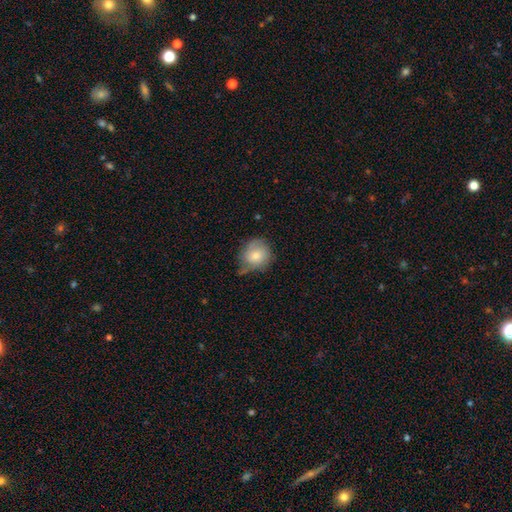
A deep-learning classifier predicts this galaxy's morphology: Overall: smooth (73%). How rounded: round (84%). Merging: none (54%; minor disturbance 33%).